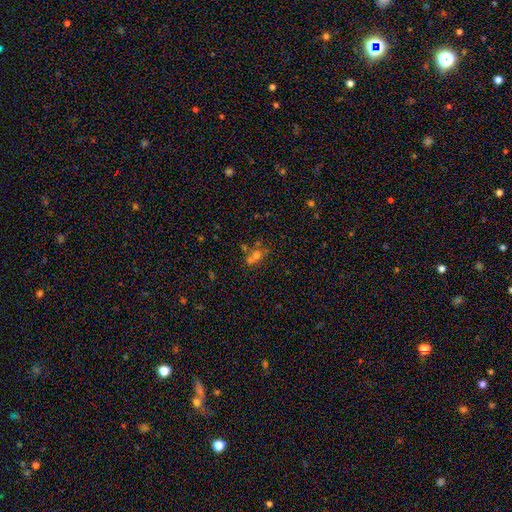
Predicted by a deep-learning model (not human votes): This appears to be a smooth galaxy with no disk features (48%). Merging: merger (44%).